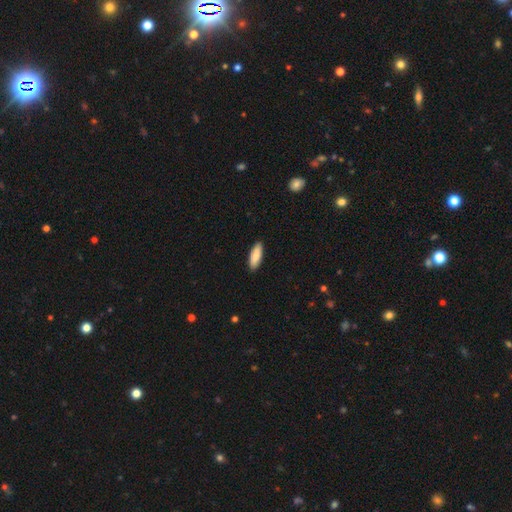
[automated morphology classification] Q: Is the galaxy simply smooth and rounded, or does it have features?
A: smooth — 85%.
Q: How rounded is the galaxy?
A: in between — 61%.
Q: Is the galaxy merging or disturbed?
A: none — 89%.